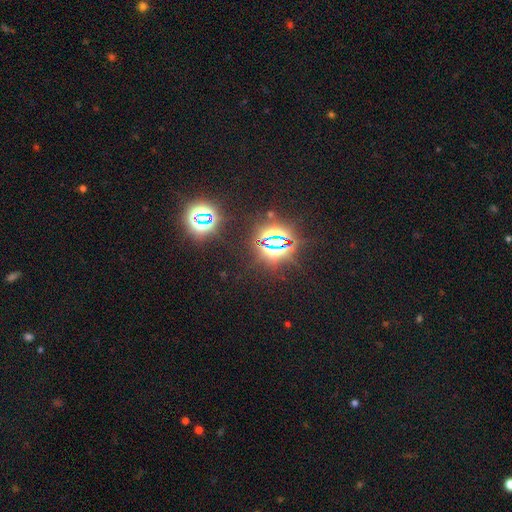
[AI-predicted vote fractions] Morphology: type=star or artifact (81%).